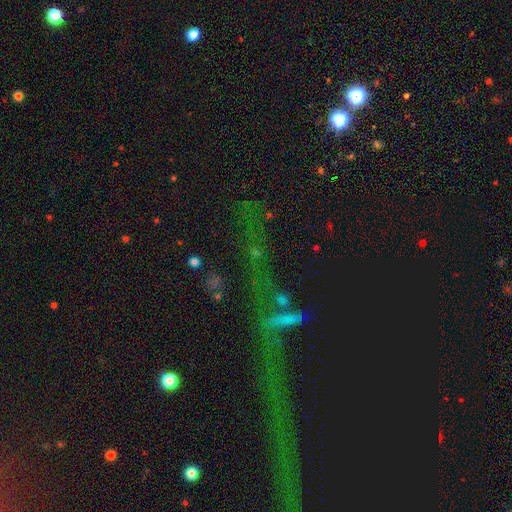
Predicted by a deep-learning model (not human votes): A star or artifact, not a galaxy (58%).

Vote fractions:
- Smooth or featured? star or artifact: 58% / featured or disk: 23% / smooth: 19%